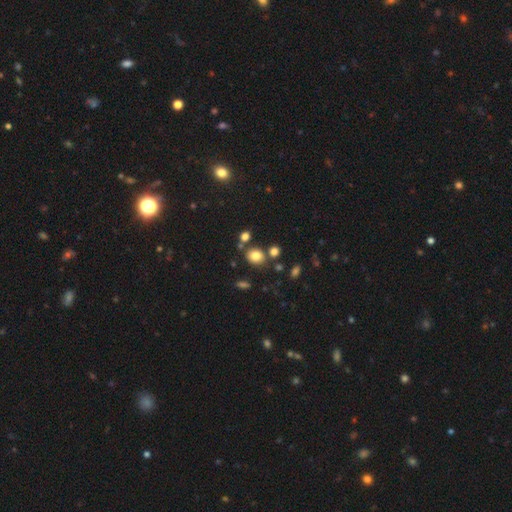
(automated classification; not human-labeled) A smooth galaxy with no disk features (80%) that is round (59%).

Vote fractions:
- Smooth or featured? smooth: 80% / star or artifact: 12% / featured or disk: 8%
- How rounded? round: 59% / in between: 40% / cigar-shaped: 1%
- Merging? none: 72% / merger: 13% / minor disturbance: 11% / major disturbance: 4%